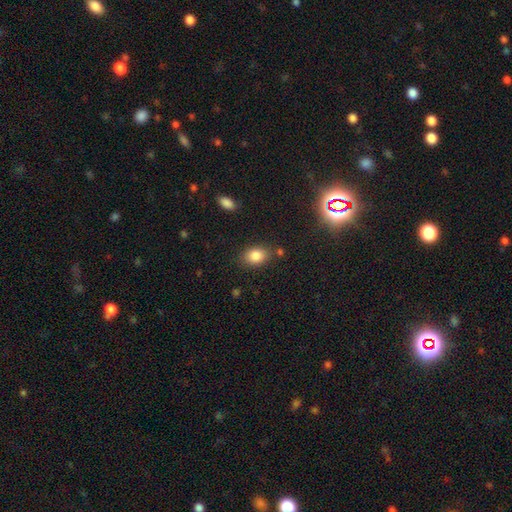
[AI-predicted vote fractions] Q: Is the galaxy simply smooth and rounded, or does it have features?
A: smooth — 84%.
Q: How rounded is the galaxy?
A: in between — 77%.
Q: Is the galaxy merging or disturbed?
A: none — 78%.